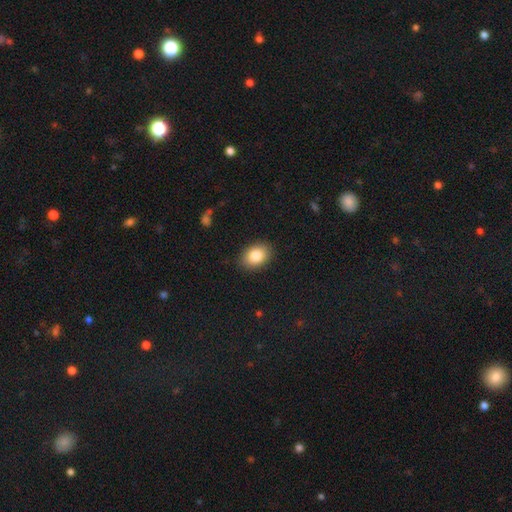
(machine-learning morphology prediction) Q: Smooth or featured?
A: smooth (84%); runner-up: star or artifact (8%)
Q: How rounded?
A: in between (75%); runner-up: round (24%)
Q: Merging?
A: none (88%); runner-up: minor disturbance (9%)